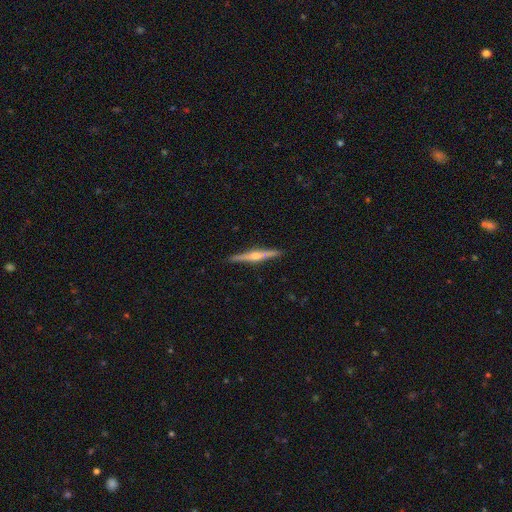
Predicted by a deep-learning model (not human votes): Smooth or featured? Predicted: featured or disk (p=0.78). Edge-on disk? Predicted: yes (p=0.98). Edge-on bulge? Predicted: rounded (p=0.90). Merging? Predicted: none (p=0.92).